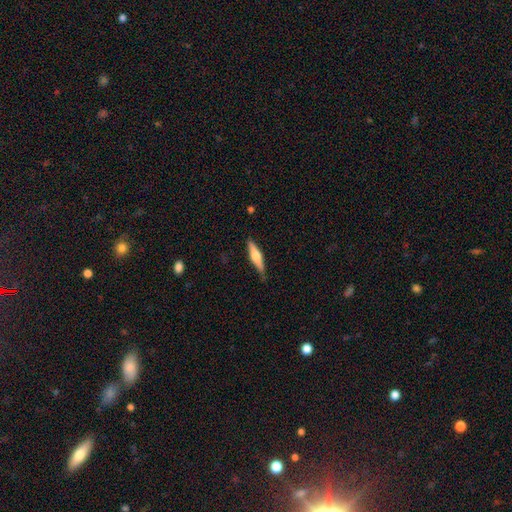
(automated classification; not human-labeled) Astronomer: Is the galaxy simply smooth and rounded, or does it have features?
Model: featured or disk — 48% (runner-up: smooth, 47%).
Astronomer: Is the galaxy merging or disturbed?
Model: none — 84%.